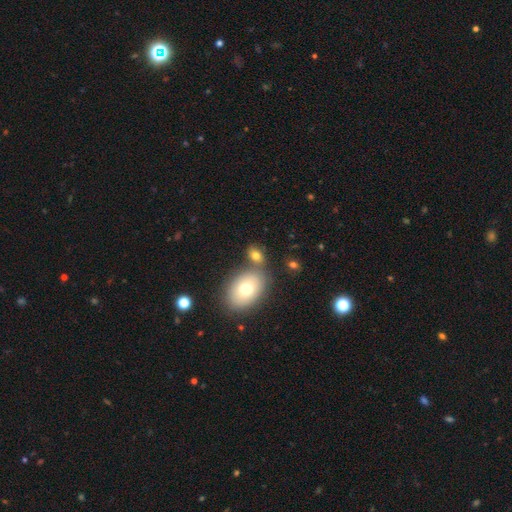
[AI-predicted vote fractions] smooth-or-featured: smooth: 73% | featured or disk: 15% | star or artifact: 12%
  how-rounded: in between: 74% | round: 24% | cigar-shaped: 2%
  merging: none: 58% | merger: 26% | minor disturbance: 12% | major disturbance: 4%